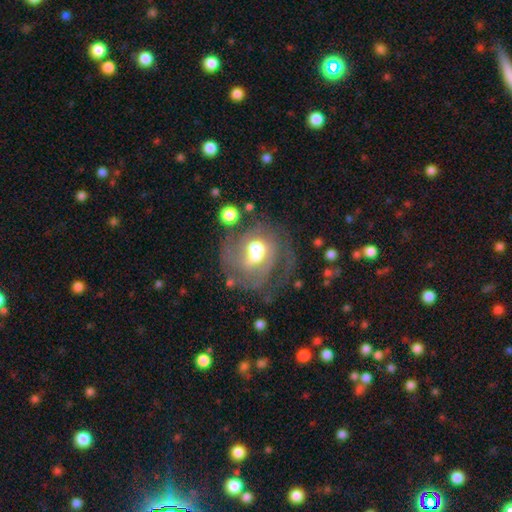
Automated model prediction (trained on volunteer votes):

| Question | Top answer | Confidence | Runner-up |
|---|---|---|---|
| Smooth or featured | featured or disk | 73% | smooth (17%) |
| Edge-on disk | no | 96% | yes (4%) |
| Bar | weak | 46% | no (35%) |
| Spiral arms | yes | 84% | no (16%) |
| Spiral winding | tight | 53% | medium (35%) |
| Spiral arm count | can't tell | 36% | 2 (31%) |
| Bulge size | moderate | 65% | large (17%) |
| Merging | none | 64% | minor disturbance (18%) |